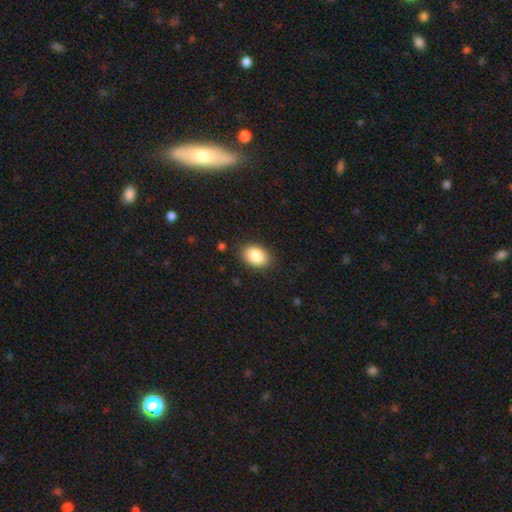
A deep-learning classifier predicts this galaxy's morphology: The model was most divided on "how rounded": in between: 78%, round: 21%, cigar-shaped: 1%. More confident: smooth or featured — smooth (87%); merging — none (87%).